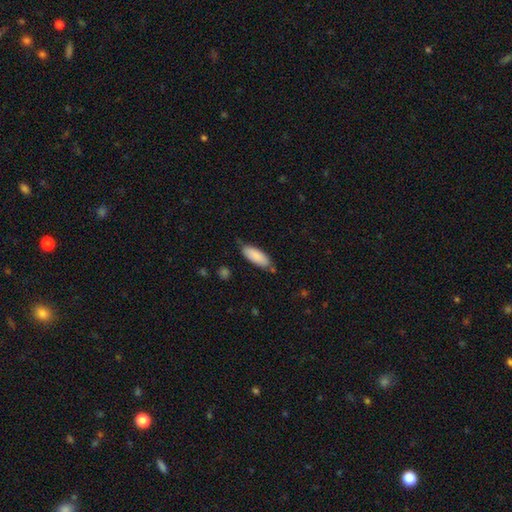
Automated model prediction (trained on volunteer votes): This appears to be a smooth galaxy with no disk features (87%) that is in between round and cigar-shaped (73%). Merging: none (70%).